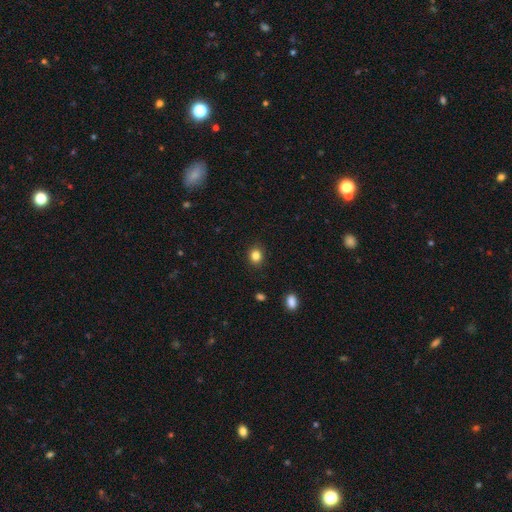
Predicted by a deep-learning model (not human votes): smooth_or_featured: smooth (p=0.84) [alt: star or artifact p=0.12]
how_rounded: round (p=0.72) [alt: in between p=0.28]
merging: none (p=0.90) [alt: minor disturbance p=0.07]